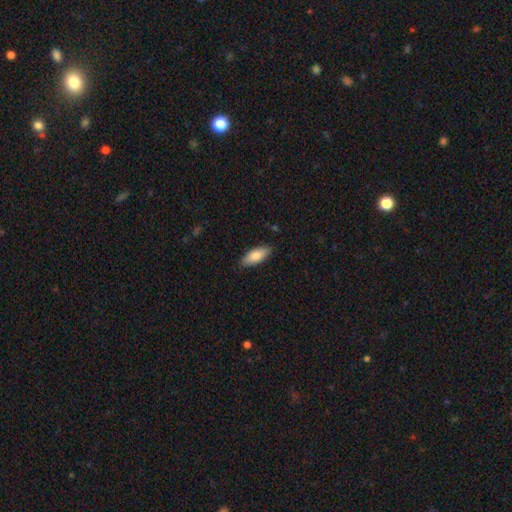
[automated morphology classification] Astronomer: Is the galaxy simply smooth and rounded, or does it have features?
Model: smooth — 83%.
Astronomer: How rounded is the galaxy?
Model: in between — 83%.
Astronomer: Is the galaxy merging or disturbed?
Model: none — 87%.